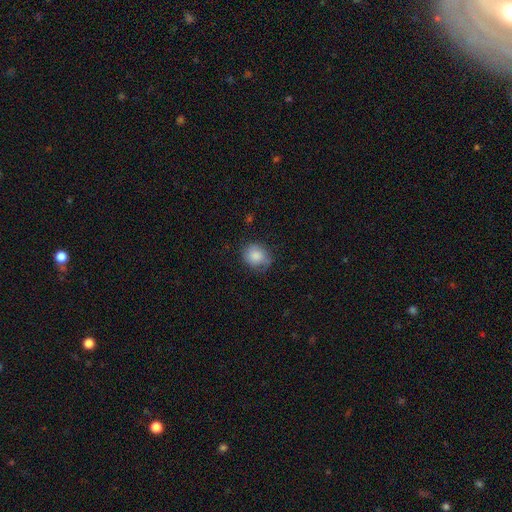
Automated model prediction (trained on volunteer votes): smooth_or_featured: smooth (p=0.83) [alt: featured or disk p=0.09]
how_rounded: round (p=0.70) [alt: in between p=0.29]
merging: none (p=0.64) [alt: minor disturbance p=0.27]